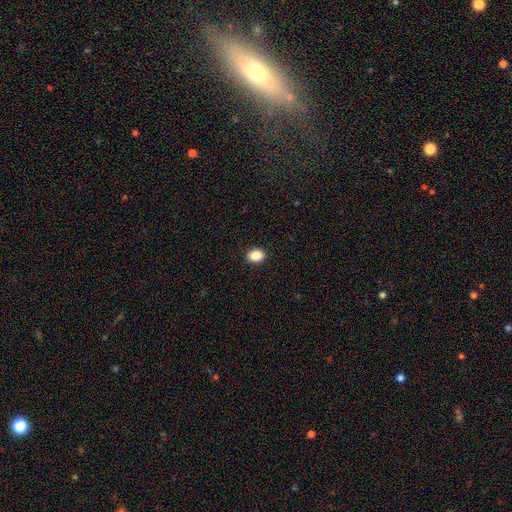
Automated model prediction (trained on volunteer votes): Morphology: type=smooth (87%); roundness=in between (64%); merging=none (91%).